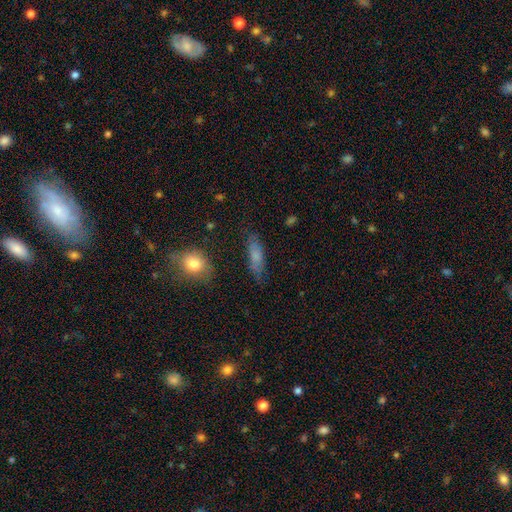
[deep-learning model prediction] This is likely a smooth galaxy (72%). How rounded: possibly cigar-shaped (49%). Merging: likely none (72%).